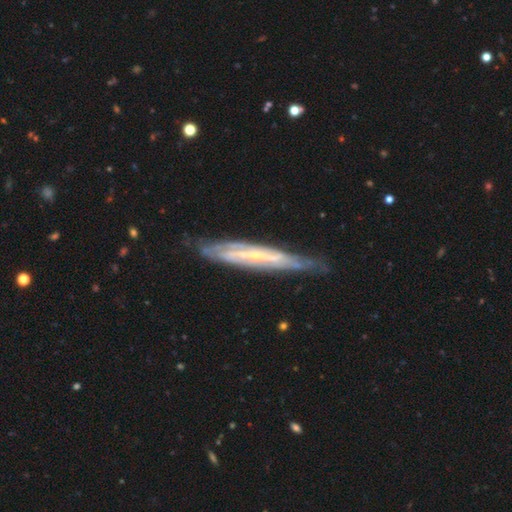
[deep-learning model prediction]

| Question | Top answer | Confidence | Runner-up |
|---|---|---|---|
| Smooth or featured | featured or disk | 79% | smooth (15%) |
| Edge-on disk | yes | 65% | no (35%) |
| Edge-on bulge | none | 57% | rounded (36%) |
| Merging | none | 71% | minor disturbance (21%) |